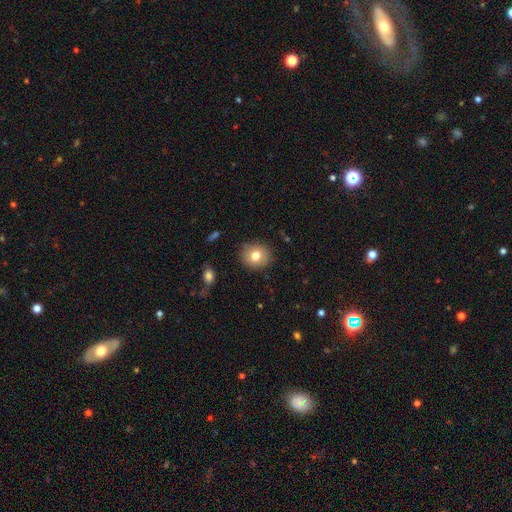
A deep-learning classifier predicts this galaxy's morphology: A smooth galaxy with no disk features (78%) that is round (82%).

Vote fractions:
- Smooth or featured? smooth: 78% / featured or disk: 12% / star or artifact: 10%
- How rounded? round: 82% / in between: 17% / cigar-shaped: 1%
- Merging? none: 88% / minor disturbance: 9% / major disturbance: 2% / merger: 1%